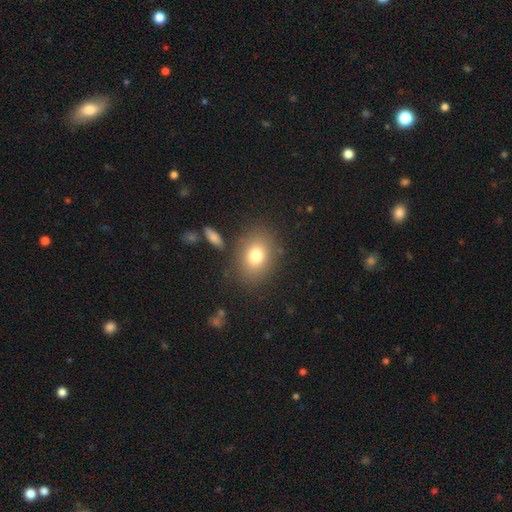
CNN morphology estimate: Overall: smooth (77%). How rounded: in between (62%; round 37%). Merging: none (81%).